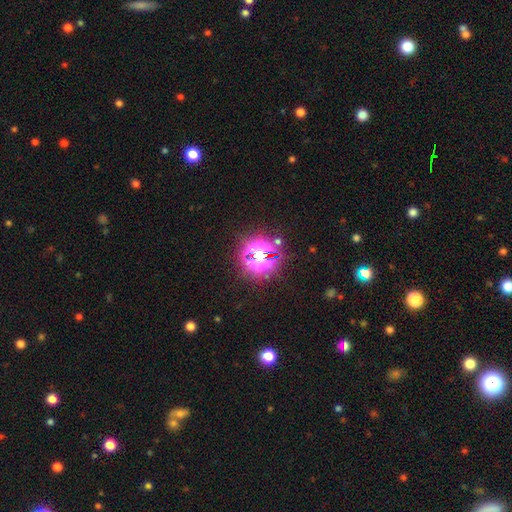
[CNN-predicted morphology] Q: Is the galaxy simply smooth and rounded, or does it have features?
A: star or artifact — 67%.